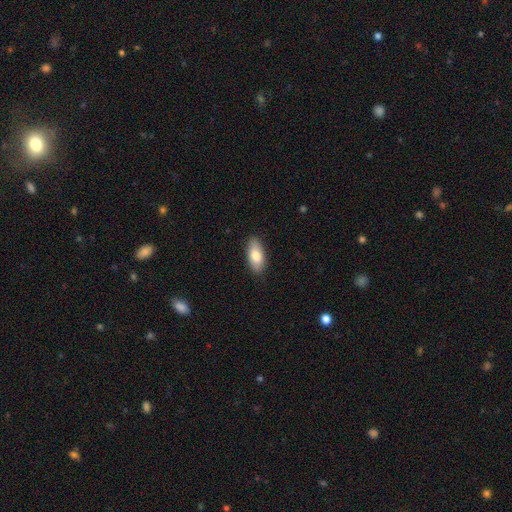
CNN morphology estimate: smooth_or_featured: smooth (p=0.79) [alt: featured or disk p=0.15]
how_rounded: in between (p=0.89) [alt: cigar-shaped p=0.09]
merging: none (p=0.87) [alt: minor disturbance p=0.10]